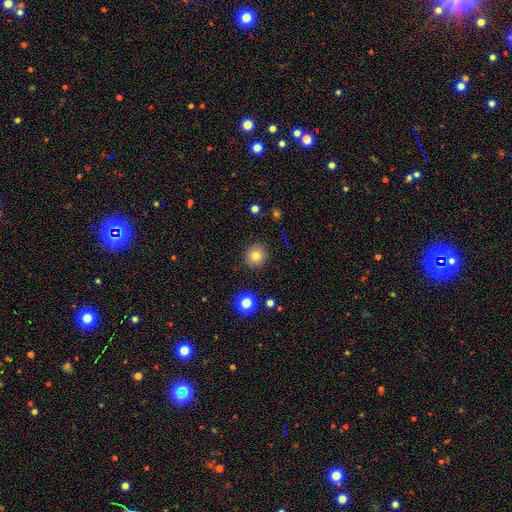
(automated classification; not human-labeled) A smooth galaxy with no disk features (80%) that is round (92%). Merging: none (90%).